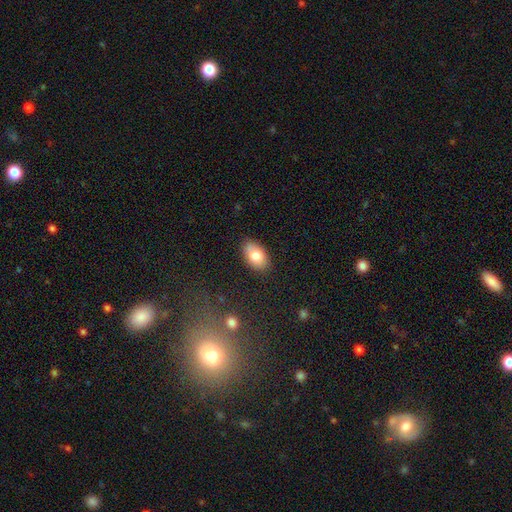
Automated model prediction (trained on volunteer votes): This is likely a smooth galaxy (78%). How rounded: clearly in between (92%). Merging: clearly none (86%).